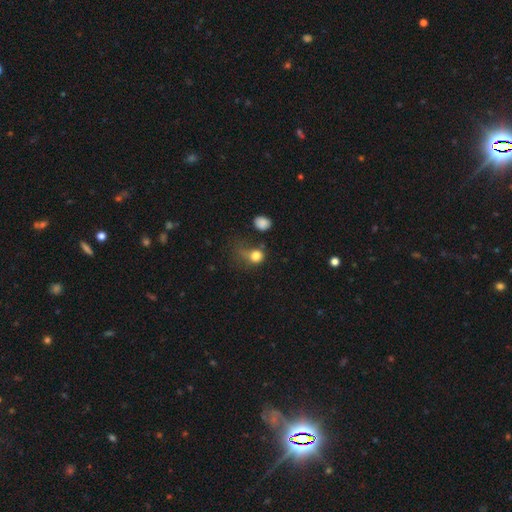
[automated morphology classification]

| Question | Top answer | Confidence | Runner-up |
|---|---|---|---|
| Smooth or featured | smooth | 77% | star or artifact (12%) |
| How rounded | round | 65% | in between (33%) |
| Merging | major disturbance | 42% | none (27%) |